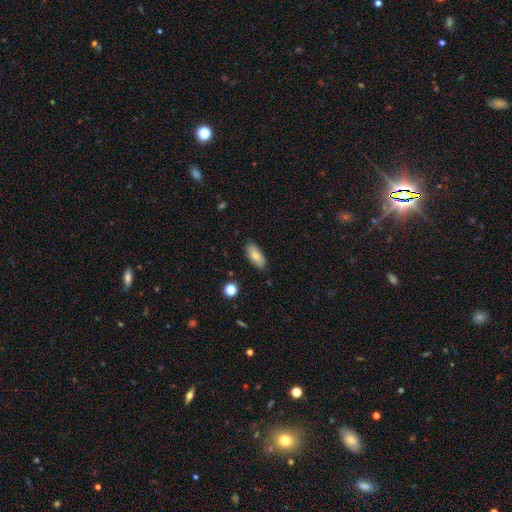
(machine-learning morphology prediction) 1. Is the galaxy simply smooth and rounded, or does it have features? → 79% smooth, 13% featured or disk, 7% star or artifact.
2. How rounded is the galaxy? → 84% in between, 13% cigar-shaped, 2% round.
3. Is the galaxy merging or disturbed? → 86% none, 10% minor disturbance, 2% major disturbance, 1% merger.